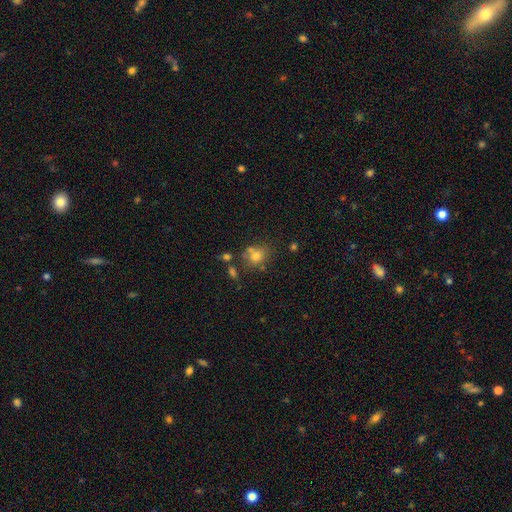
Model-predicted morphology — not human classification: This is likely a smooth galaxy (72%). How rounded: likely round (65%). Merging: possibly none (55%).